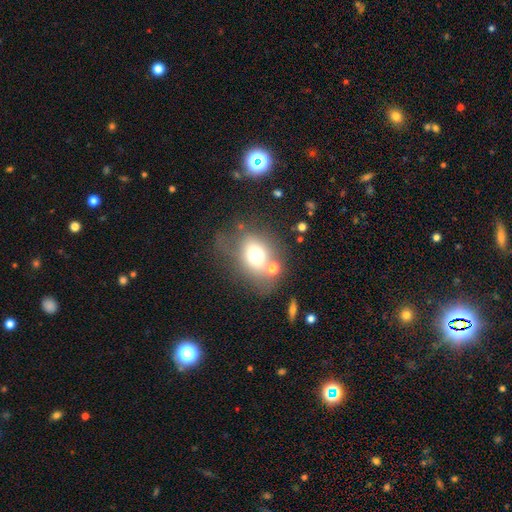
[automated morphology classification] type=smooth (64%); roundness=in between (57%); merging=none (49%).